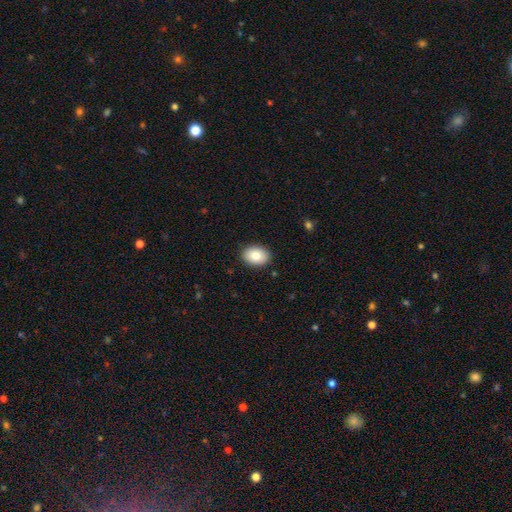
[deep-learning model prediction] Smooth or featured: smooth — 84% (featured or disk — 8%)
How rounded: in between — 76% (round — 23%)
Merging: none — 89% (minor disturbance — 8%)